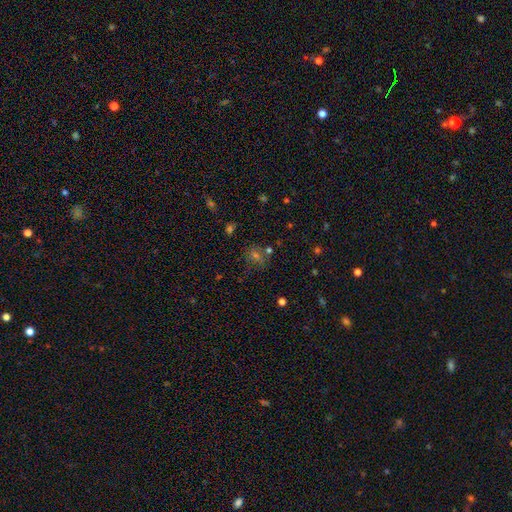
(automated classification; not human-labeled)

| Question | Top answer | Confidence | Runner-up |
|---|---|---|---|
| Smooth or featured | star or artifact | 44% | smooth (39%) |